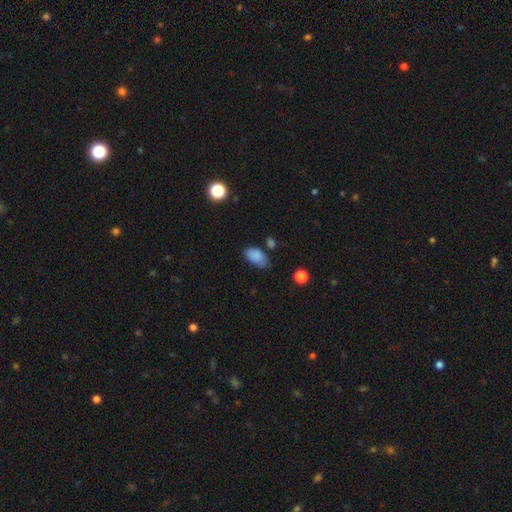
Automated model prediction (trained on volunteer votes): Smooth or featured: smooth — 84% (star or artifact — 9%)
How rounded: in between — 92% (round — 6%)
Merging: none — 56% (minor disturbance — 31%)